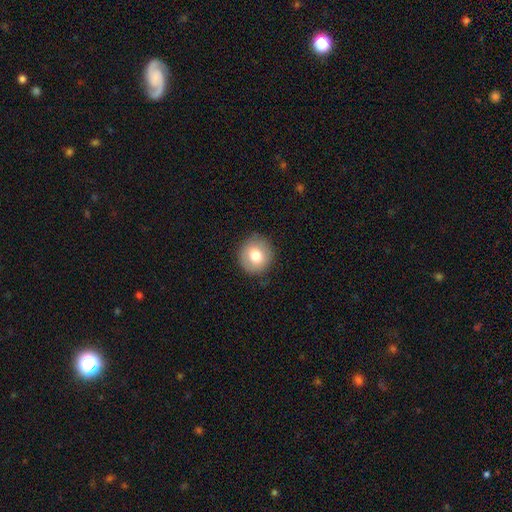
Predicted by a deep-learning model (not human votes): Overall: smooth (78%). How rounded: round (90%). Merging: none (88%).